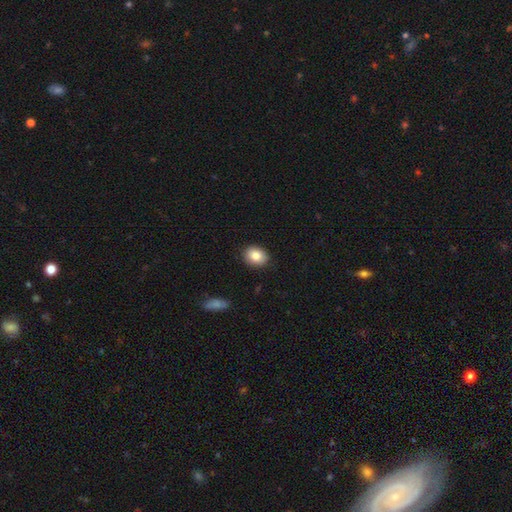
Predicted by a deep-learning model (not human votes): smooth-or-featured: smooth: 83% | featured or disk: 9% | star or artifact: 8%
  how-rounded: in between: 57% | round: 42% | cigar-shaped: 1%
  merging: none: 89% | minor disturbance: 8% | major disturbance: 2% | merger: 1%